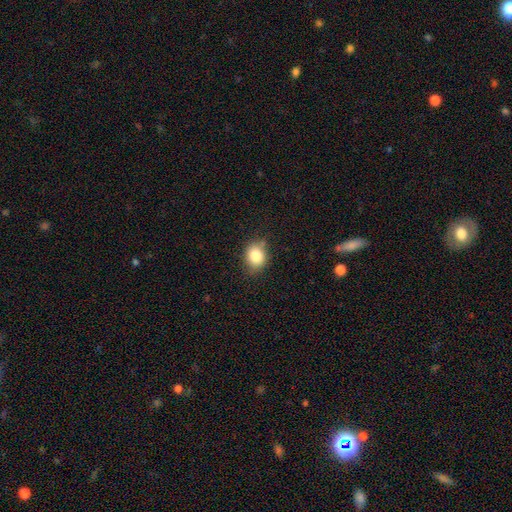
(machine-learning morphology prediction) Q: Smooth or featured?
A: smooth (85%); runner-up: star or artifact (9%)
Q: How rounded?
A: round (51%); runner-up: in between (48%)
Q: Merging?
A: none (75%); runner-up: minor disturbance (19%)